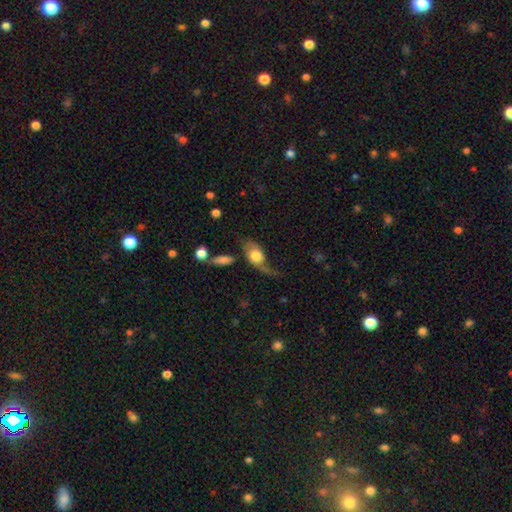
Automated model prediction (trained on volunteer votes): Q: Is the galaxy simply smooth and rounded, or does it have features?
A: smooth — 55%.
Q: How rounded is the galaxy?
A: in between — 73%.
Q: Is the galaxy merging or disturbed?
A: major disturbance — 39%.